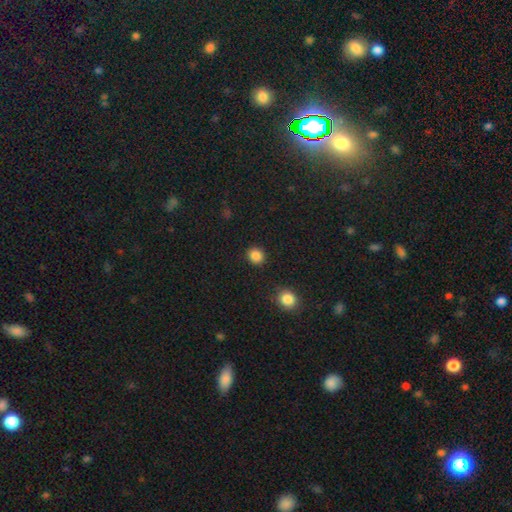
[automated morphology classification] A smooth galaxy with no disk features (86%) that is round (84%).

Vote fractions:
- Smooth or featured? smooth: 86% / star or artifact: 11% / featured or disk: 3%
- How rounded? round: 84% / in between: 16% / cigar-shaped: 1%
- Merging? none: 90% / minor disturbance: 6% / major disturbance: 2% / merger: 2%